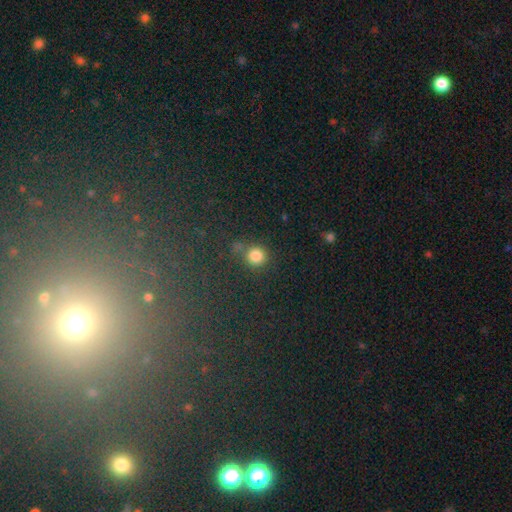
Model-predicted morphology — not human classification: Smooth or featured?
  - smooth: 80% *
  - star or artifact: 14%
  - featured or disk: 5%
How rounded?
  - round: 92% *
  - in between: 7%
  - cigar-shaped: 1%
Merging?
  - none: 75% *
  - minor disturbance: 12%
  - merger: 8%
  - major disturbance: 6%